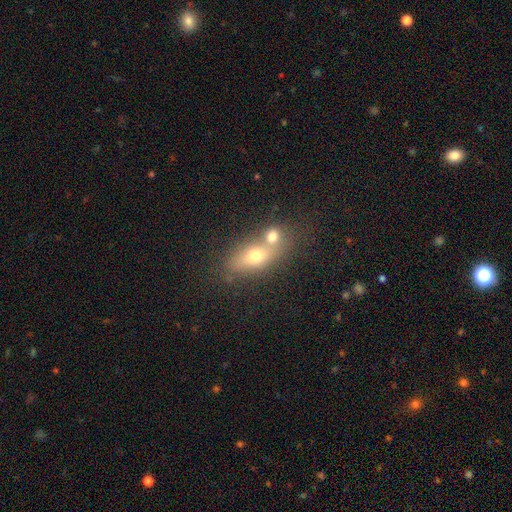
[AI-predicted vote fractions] Smooth or featured? Predicted: smooth (p=0.61). How rounded? Predicted: in between (p=0.66). Merging? Predicted: merger (p=0.50).